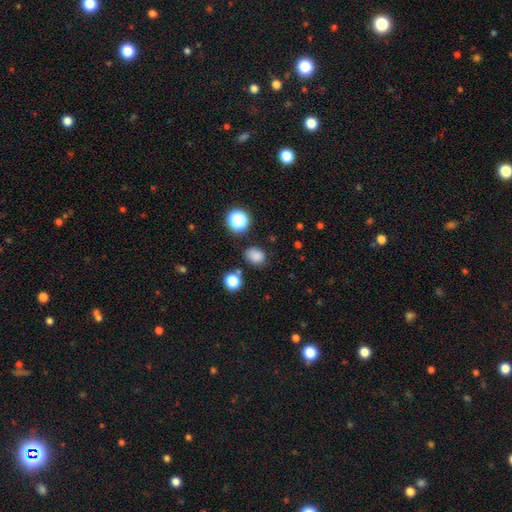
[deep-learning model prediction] Smooth or featured? smooth (80%)
How rounded? round (52%)
Merging? none (78%)